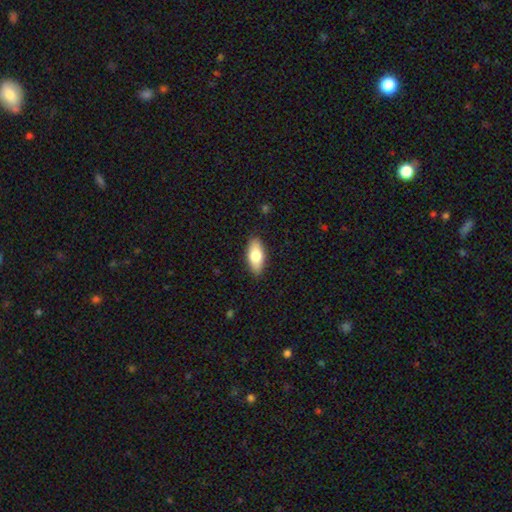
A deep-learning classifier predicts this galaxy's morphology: This appears to be a smooth galaxy with no disk features (75%) that is in between round and cigar-shaped (87%). Merging: none (88%).